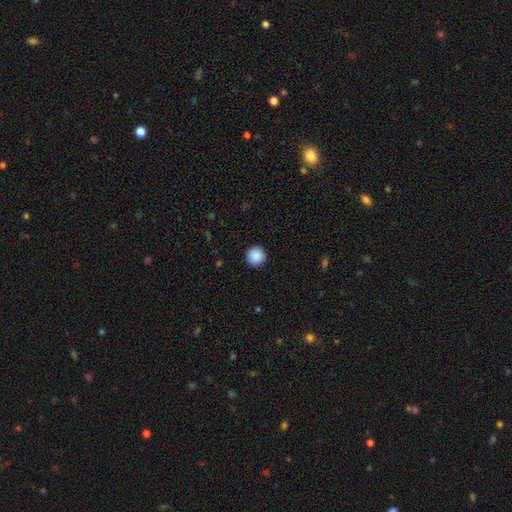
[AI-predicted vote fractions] Morphology: type=smooth (89%); roundness=round (96%); merging=none (93%).